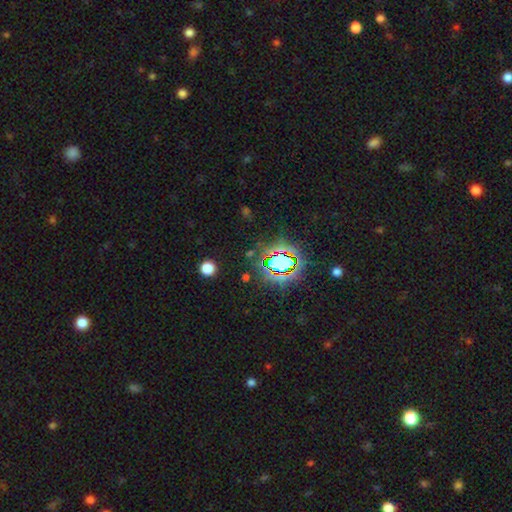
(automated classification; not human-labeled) Morphology: type=star or artifact (79%).